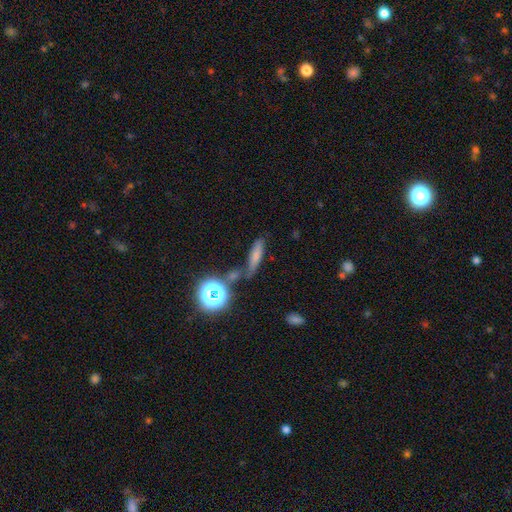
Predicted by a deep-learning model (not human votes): This is likely a smooth galaxy (66%). How rounded: likely cigar-shaped (63%). Merging: possibly none (57%).